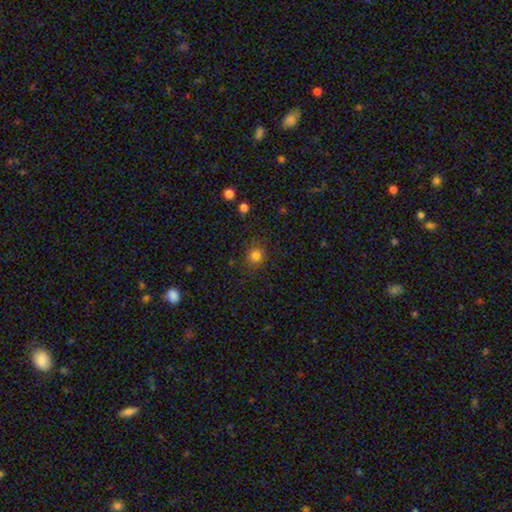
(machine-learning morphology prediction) smooth-or-featured: smooth: 81% | star or artifact: 14% | featured or disk: 5%
  how-rounded: round: 84% | in between: 15% | cigar-shaped: 1%
  merging: none: 83% | minor disturbance: 12% | major disturbance: 4% | merger: 2%